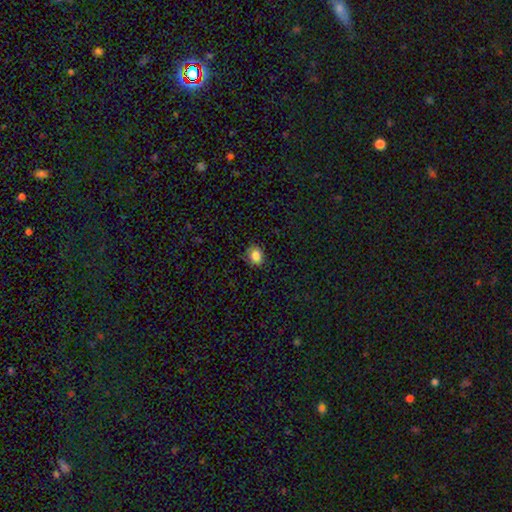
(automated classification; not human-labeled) A smooth galaxy with no disk features (82%) that is round (51%). Merging: none (78%).